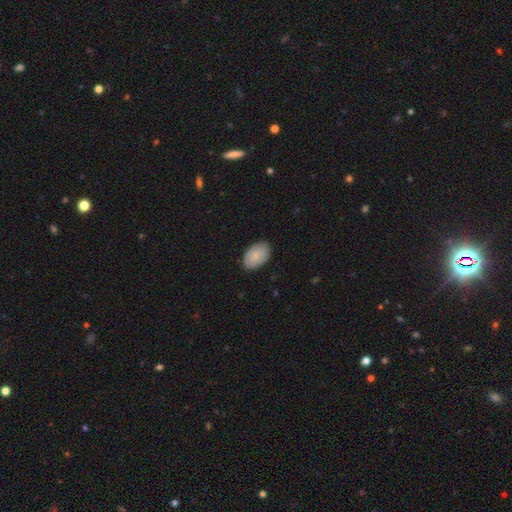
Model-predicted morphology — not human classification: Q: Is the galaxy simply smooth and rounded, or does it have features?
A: smooth — 83%.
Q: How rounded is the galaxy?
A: in between — 91%.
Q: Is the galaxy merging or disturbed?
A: none — 83%.